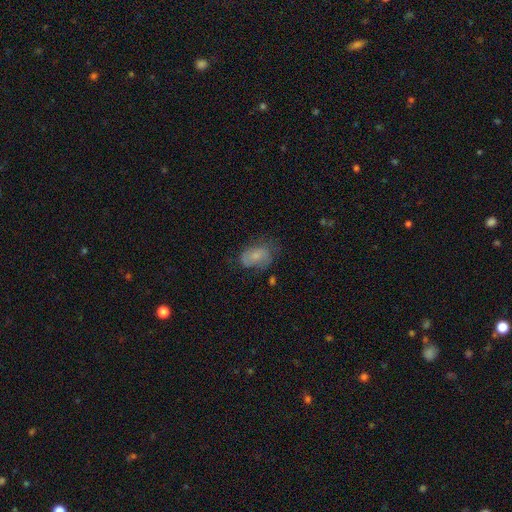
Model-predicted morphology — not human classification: The model was most divided on "smooth or featured": smooth: 56%, featured or disk: 34%, star or artifact: 10%. More confident: how rounded — in between (81%); merging — none (51%).